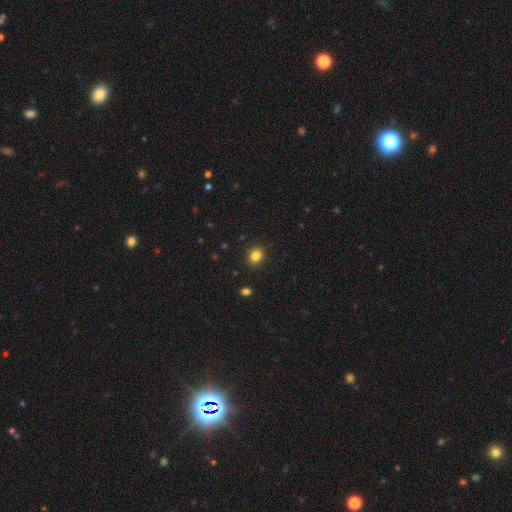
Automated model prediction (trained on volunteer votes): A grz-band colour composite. It shows a smooth galaxy with no disk features (83%) that is round (68%). Merging: none (90%).